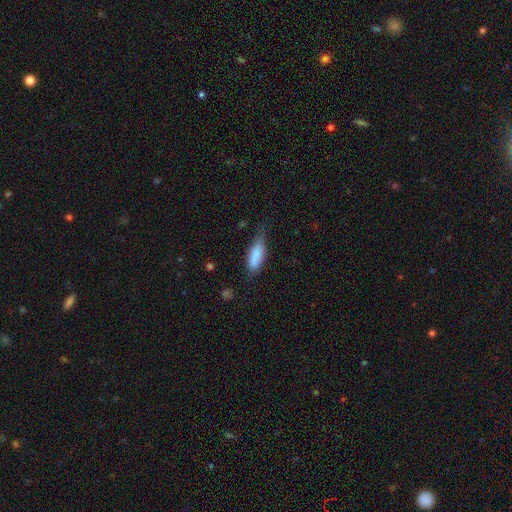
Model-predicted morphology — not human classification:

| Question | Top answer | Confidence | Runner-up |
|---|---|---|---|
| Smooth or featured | smooth | 82% | featured or disk (11%) |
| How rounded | in between | 65% | cigar-shaped (33%) |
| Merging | minor disturbance | 42% | none (39%) |